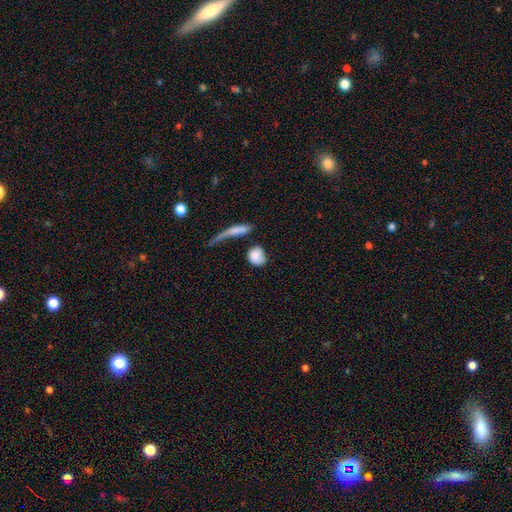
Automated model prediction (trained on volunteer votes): A smooth galaxy with no disk features (80%) that is round (59%).

Vote fractions:
- Smooth or featured? smooth: 80% / featured or disk: 13% / star or artifact: 7%
- How rounded? round: 59% / in between: 38% / cigar-shaped: 4%
- Merging? none: 45% / minor disturbance: 22% / merger: 18% / major disturbance: 16%